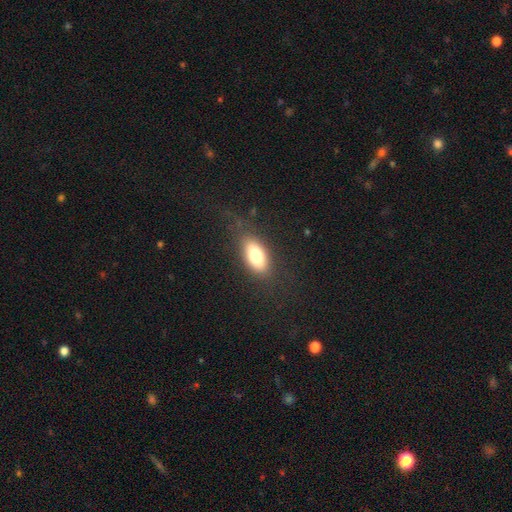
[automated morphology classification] smooth-or-featured: smooth: 76% | featured or disk: 17% | star or artifact: 7%
  how-rounded: in between: 85% | cigar-shaped: 11% | round: 4%
  merging: none: 79% | minor disturbance: 13% | major disturbance: 7% | merger: 1%